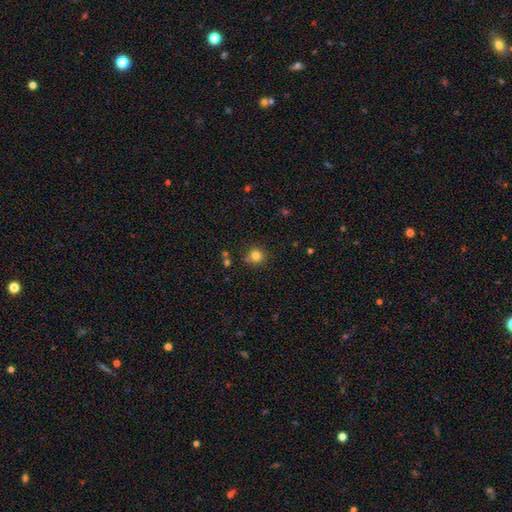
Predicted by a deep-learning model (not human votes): A smooth galaxy with no disk features (81%) that is round (91%).

Vote fractions:
- Smooth or featured? smooth: 81% / star or artifact: 13% / featured or disk: 6%
- How rounded? round: 91% / in between: 8% / cigar-shaped: 1%
- Merging? none: 81% / minor disturbance: 12% / merger: 4% / major disturbance: 3%